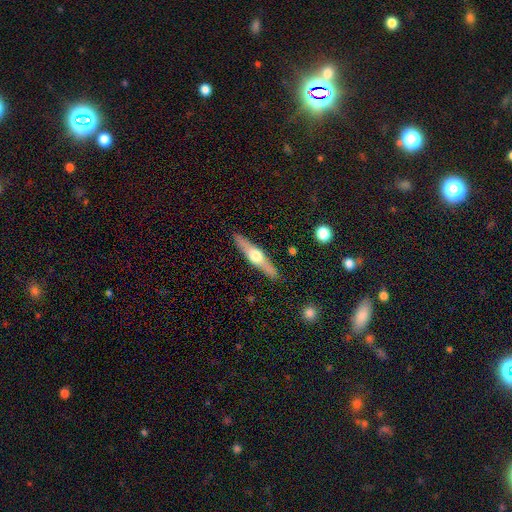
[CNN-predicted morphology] type=featured or disk (66%); edge-on=yes (96%); edge-on bulge=rounded (94%); merging=none (90%).